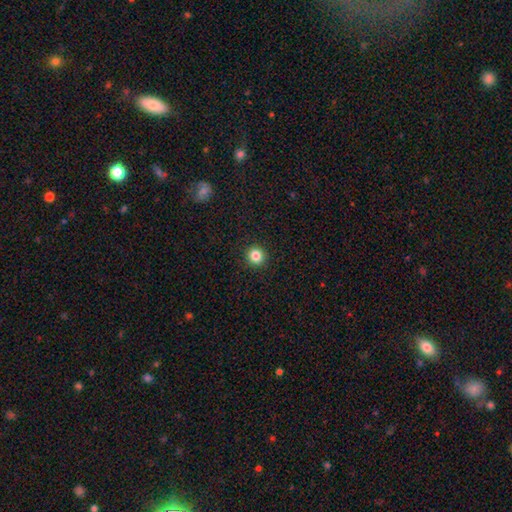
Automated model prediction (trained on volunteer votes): Overall: smooth (84%). How rounded: round (94%). Merging: none (93%).